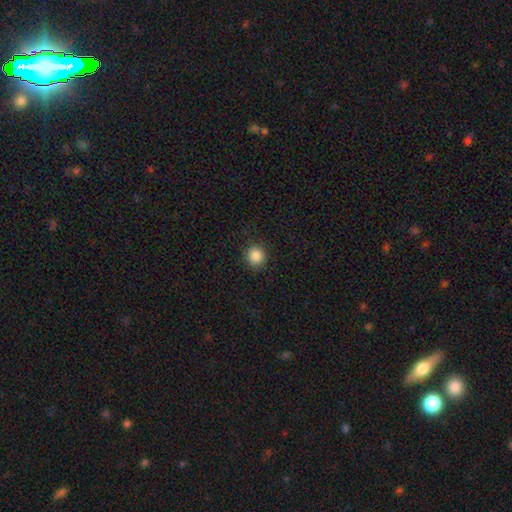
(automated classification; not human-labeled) The model was most divided on "smooth or featured": smooth: 87%, star or artifact: 10%, featured or disk: 3%. More confident: how rounded — round (90%); merging — none (89%).